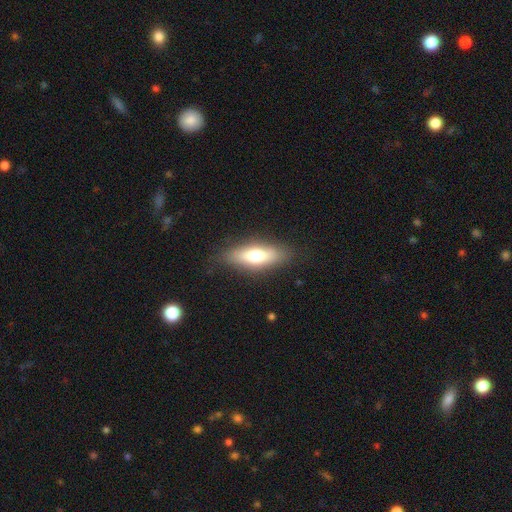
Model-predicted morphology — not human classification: A smooth galaxy with no disk features (62%) that is in between round and cigar-shaped (61%). Merging: none (82%).